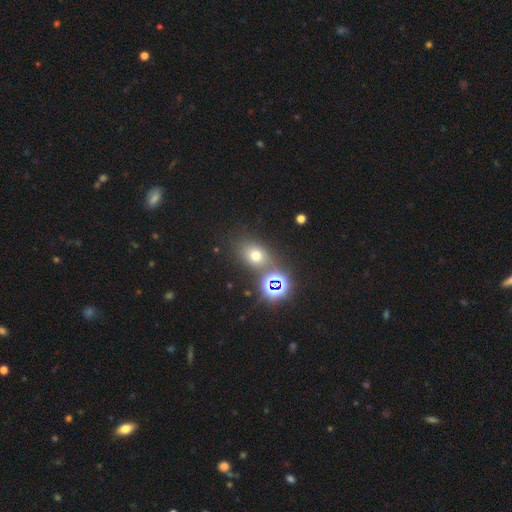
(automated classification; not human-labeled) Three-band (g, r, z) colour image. It shows a smooth galaxy with no disk features (60%) that is in between round and cigar-shaped (54%). Merging: none (72%).